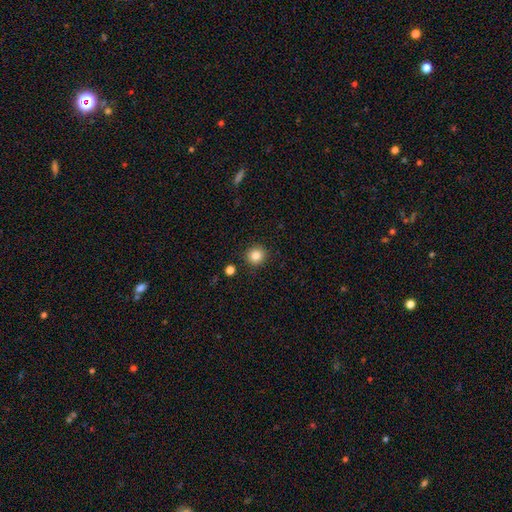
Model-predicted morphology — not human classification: smooth 84%, star or artifact 11%, featured or disk 5%. Down the decision tree: how rounded — round (93%); merging — none (90%).